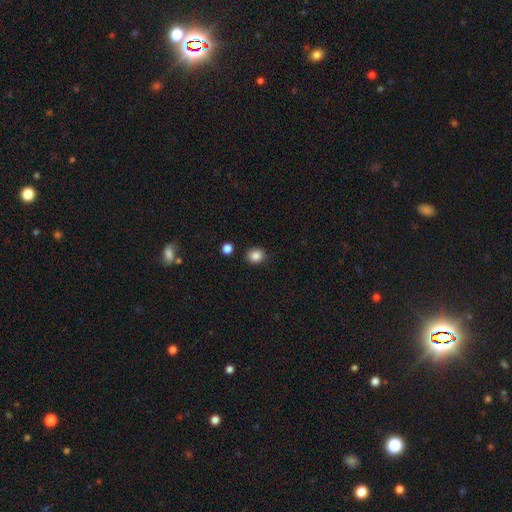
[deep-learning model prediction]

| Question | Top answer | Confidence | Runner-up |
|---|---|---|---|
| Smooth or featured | smooth | 86% | star or artifact (10%) |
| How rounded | round | 70% | in between (29%) |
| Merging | none | 86% | minor disturbance (9%) |